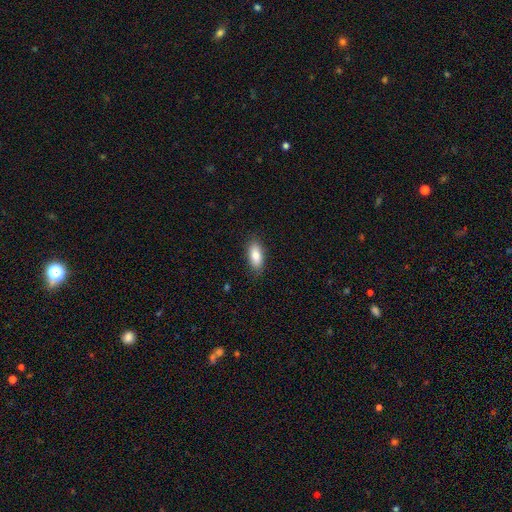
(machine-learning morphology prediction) A smooth galaxy with no disk features (81%) that is in between round and cigar-shaped (84%). Merging: none (86%).